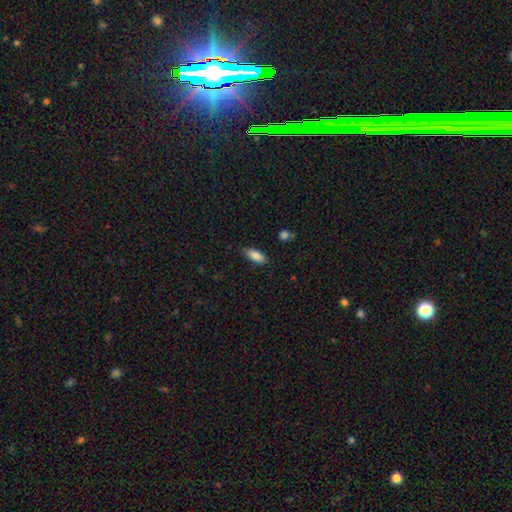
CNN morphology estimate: This is clearly a smooth galaxy (86%). How rounded: likely in between (79%). Merging: clearly none (83%).